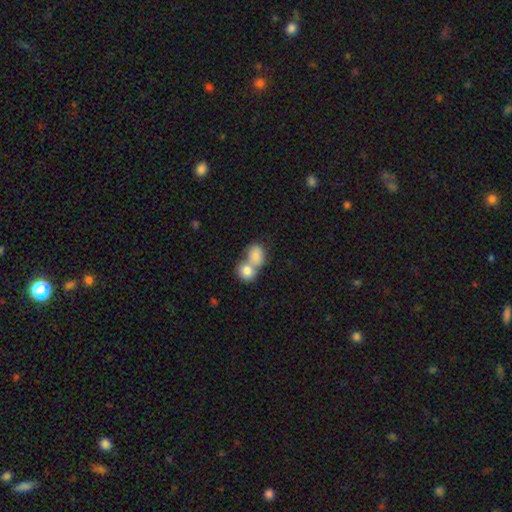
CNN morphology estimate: Smooth or featured? Predicted: smooth (p=0.80). How rounded? Predicted: round (p=0.56). Merging? Predicted: merger (p=0.69).